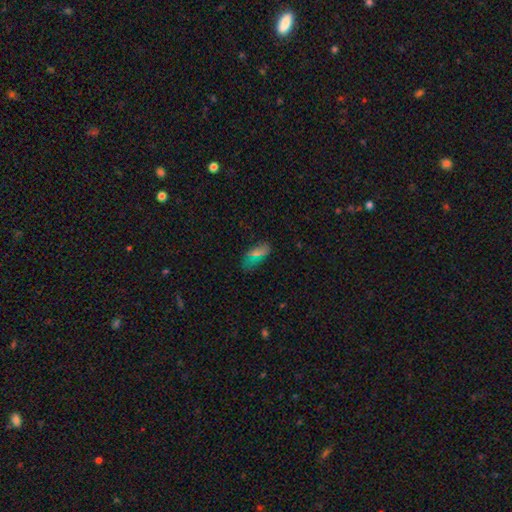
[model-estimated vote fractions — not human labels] This appears to be a smooth galaxy with no disk features (64%) that is in between round and cigar-shaped (84%). Merging: none (76%).